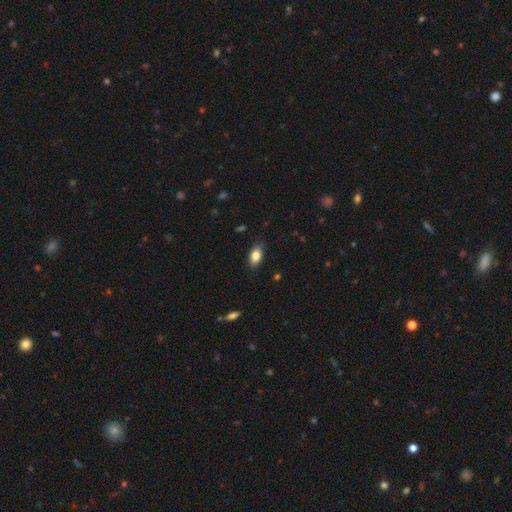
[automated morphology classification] The model was most divided on "smooth or featured": smooth: 82%, featured or disk: 11%, star or artifact: 8%. More confident: how rounded — in between (89%); merging — none (85%).